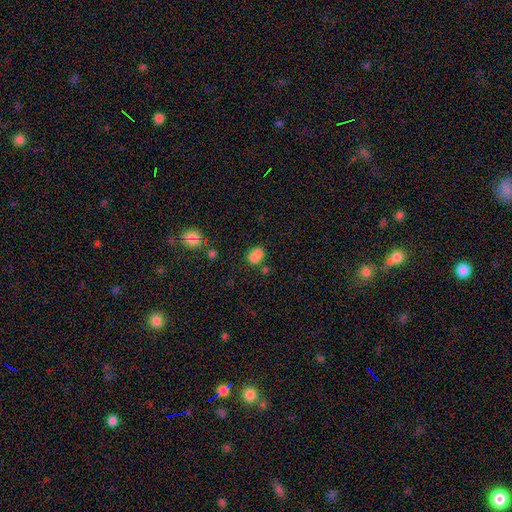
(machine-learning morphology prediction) Smooth or featured? smooth (78%)
How rounded? in between (69%)
Merging? none (51%)